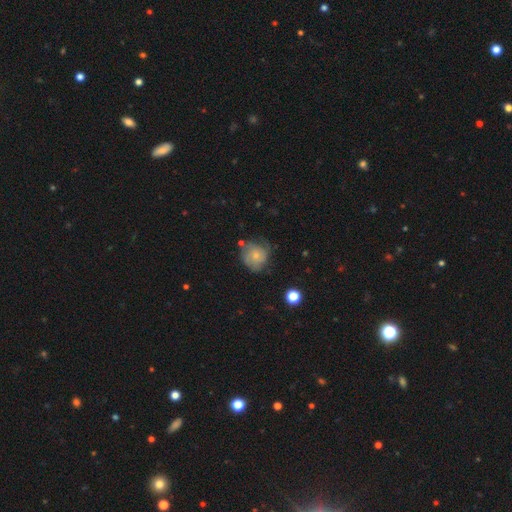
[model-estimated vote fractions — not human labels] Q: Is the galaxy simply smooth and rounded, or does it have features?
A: smooth — 55%.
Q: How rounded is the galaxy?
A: round — 80%.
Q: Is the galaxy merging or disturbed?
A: none — 53%.